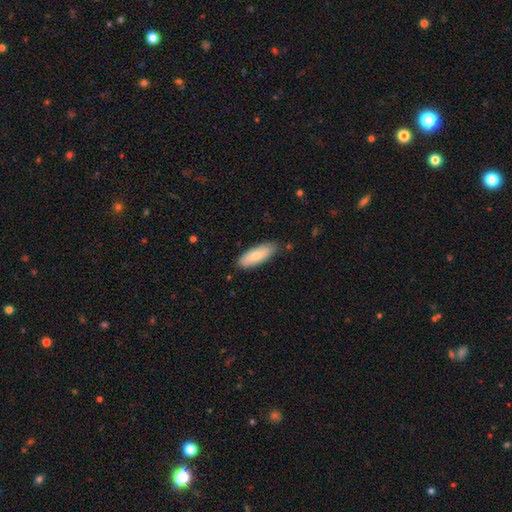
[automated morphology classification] smooth-or-featured: smooth: 74% | featured or disk: 20% | star or artifact: 6%
  how-rounded: in between: 71% | cigar-shaped: 27% | round: 2%
  merging: none: 81% | minor disturbance: 15% | major disturbance: 2% | merger: 2%